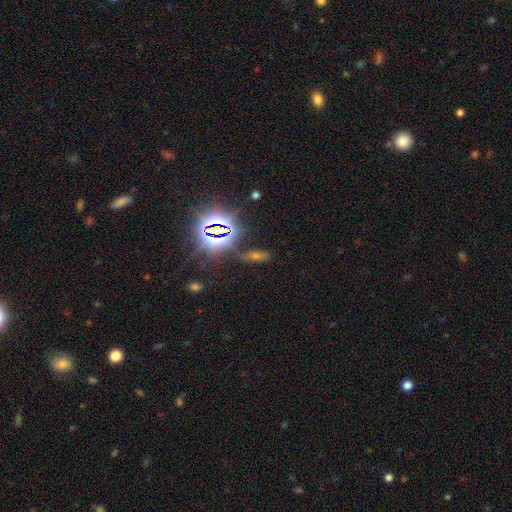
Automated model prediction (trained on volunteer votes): A star or artifact, not a galaxy (55%).

Vote fractions:
- Smooth or featured? star or artifact: 55% / smooth: 31% / featured or disk: 15%